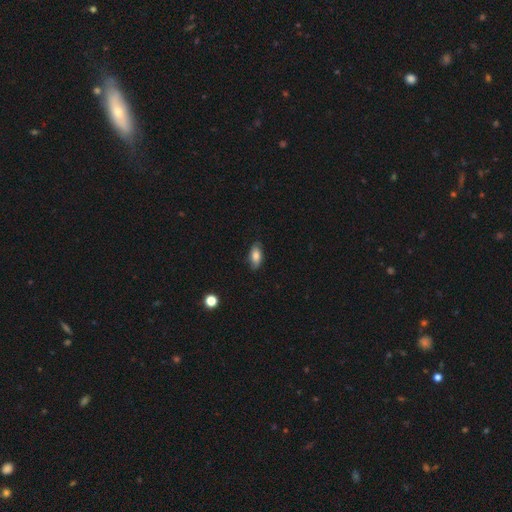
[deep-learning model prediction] Smooth or featured? smooth (72%)
How rounded? in between (88%)
Merging? none (79%)